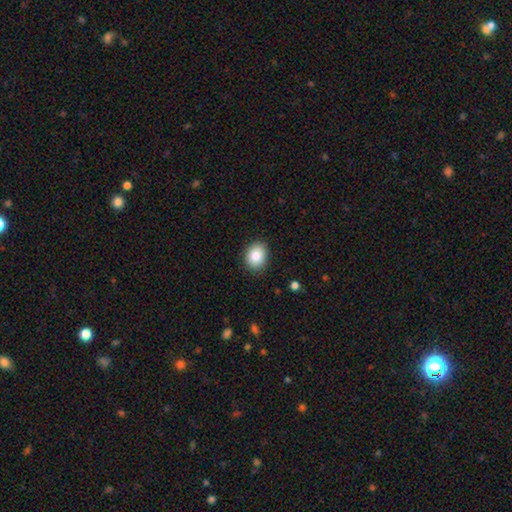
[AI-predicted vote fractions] smooth_or_featured: smooth (p=0.86) [alt: star or artifact p=0.08]
how_rounded: in between (p=0.54) [alt: round p=0.45]
merging: none (p=0.86) [alt: minor disturbance p=0.10]